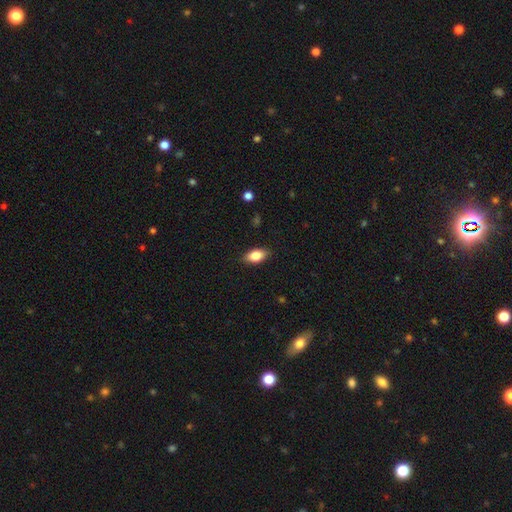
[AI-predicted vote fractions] A smooth galaxy with no disk features (83%) that is in between round and cigar-shaped (90%). Merging: none (88%).